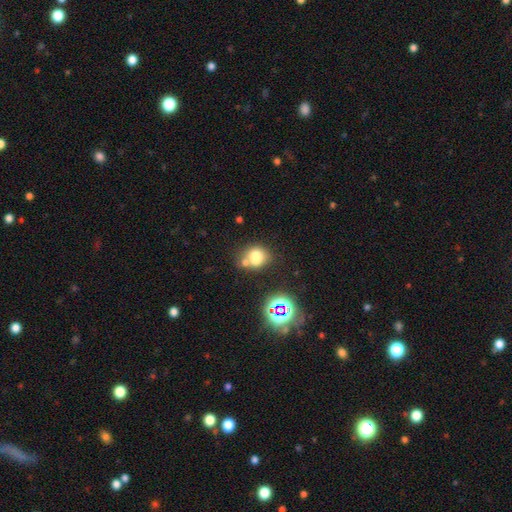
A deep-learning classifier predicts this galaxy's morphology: smooth-or-featured: smooth: 68% | star or artifact: 16% | featured or disk: 16%
  how-rounded: round: 57% | in between: 42% | cigar-shaped: 1%
  merging: none: 42% | merger: 38% | minor disturbance: 14% | major disturbance: 6%